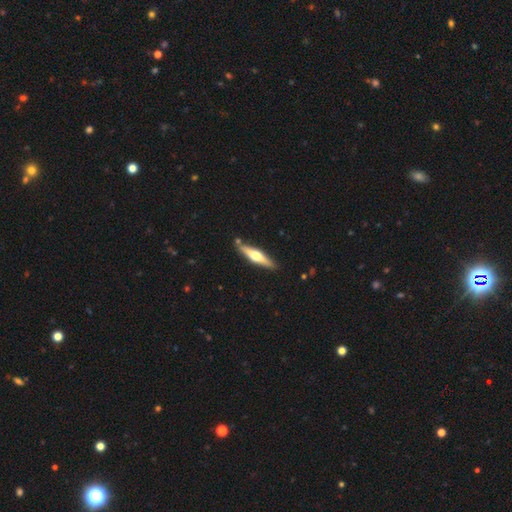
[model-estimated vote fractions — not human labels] Q: Smooth or featured?
A: featured or disk (61%); runner-up: smooth (34%)
Q: Edge-on disk?
A: yes (96%); runner-up: no (4%)
Q: Edge-on bulge?
A: rounded (93%); runner-up: boxy (4%)
Q: Merging?
A: none (85%); runner-up: minor disturbance (9%)